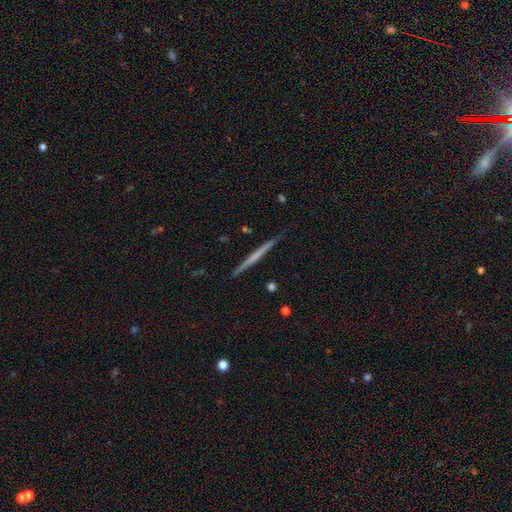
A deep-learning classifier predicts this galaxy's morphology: A featured or disk galaxy (56%) viewed edge-on (98%) with no central bulge (85%). Merging: none (91%).